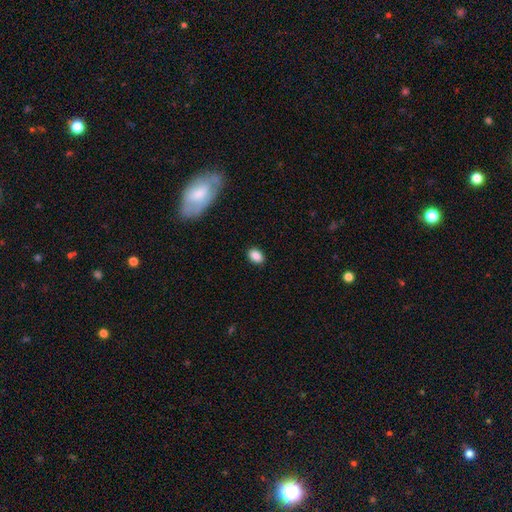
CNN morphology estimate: This appears to be a smooth galaxy with no disk features (88%) that is in between round and cigar-shaped (83%). Merging: none (88%).